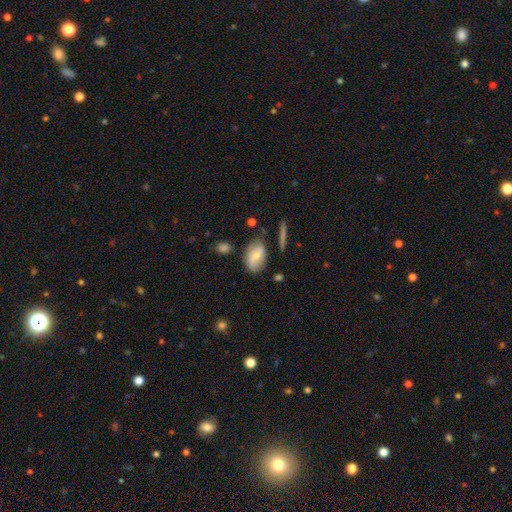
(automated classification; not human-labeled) A smooth galaxy with no disk features (61%) that is in between round and cigar-shaped (86%).

Vote fractions:
- Smooth or featured? smooth: 61% / featured or disk: 31% / star or artifact: 8%
- How rounded? in between: 86% / round: 12% / cigar-shaped: 3%
- Merging? none: 68% / minor disturbance: 22% / major disturbance: 6% / merger: 4%